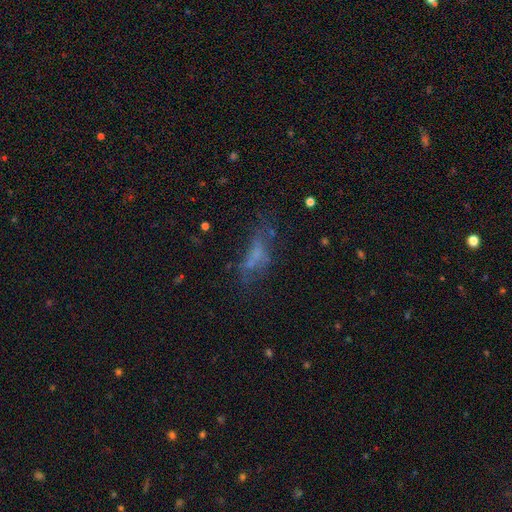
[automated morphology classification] type=smooth (44%); merging=none (37%).